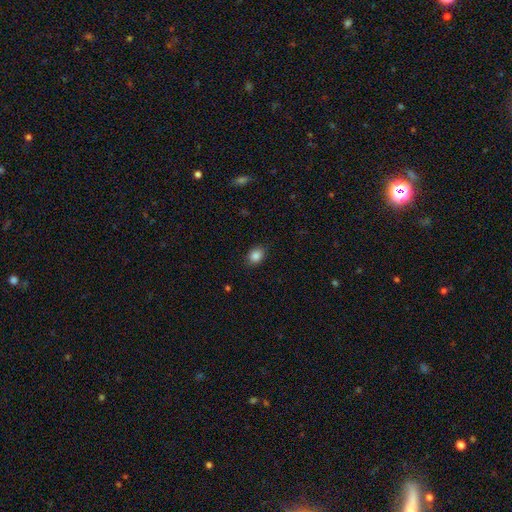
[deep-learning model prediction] This appears to be a smooth galaxy with no disk features (87%) that is in between round and cigar-shaped (57%). Merging: none (87%).